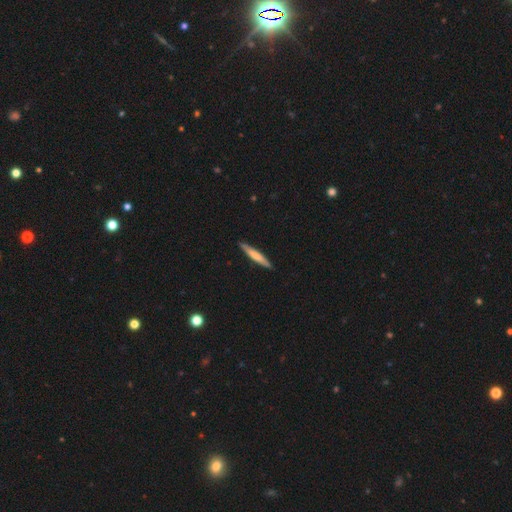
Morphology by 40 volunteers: Smooth or featured?
  - smooth: 57% *
  - featured or disk: 35%
  - star or artifact: 8%
How rounded?
  - cigar-shaped: 100% *
  - round: 0%
  - in between: 0%
Merging?
  - none: 92% *
  - minor disturbance: 5%
  - major disturbance: 3%
  - merger: 0%